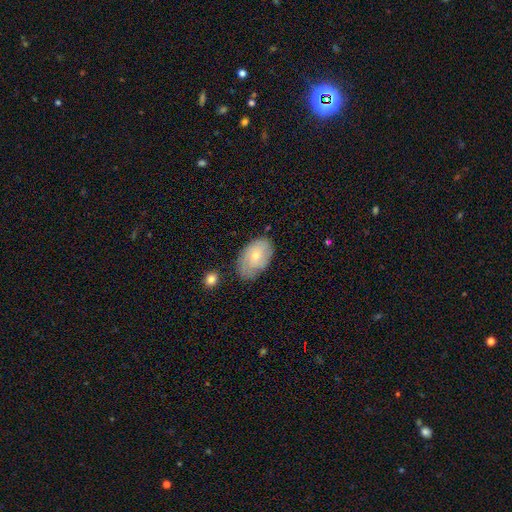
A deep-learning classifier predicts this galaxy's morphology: Smooth or featured? Predicted: smooth (p=0.52). How rounded? Predicted: in between (p=0.91). Merging? Predicted: none (p=0.66).